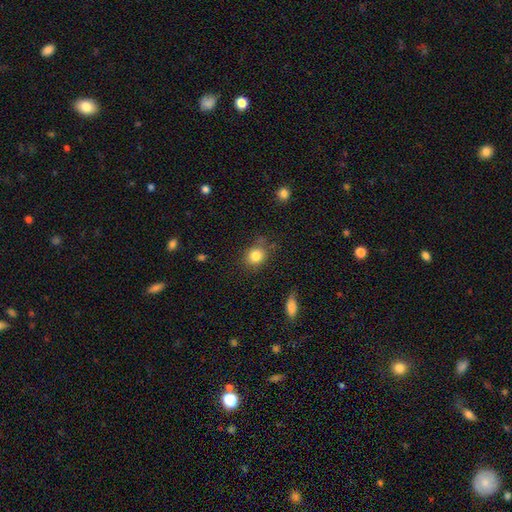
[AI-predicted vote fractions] smooth-or-featured: smooth: 84% | star or artifact: 10% | featured or disk: 6%
  how-rounded: round: 70% | in between: 29% | cigar-shaped: 1%
  merging: none: 76% | minor disturbance: 16% | major disturbance: 4% | merger: 4%